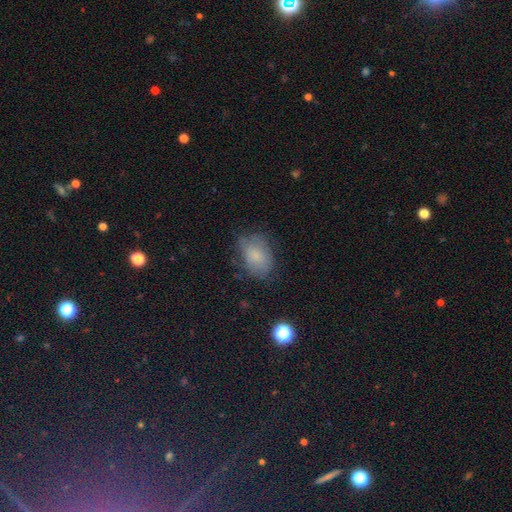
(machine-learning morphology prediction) A smooth galaxy with no disk features (71%) that is in between round and cigar-shaped (75%).

Vote fractions:
- Smooth or featured? smooth: 71% / featured or disk: 17% / star or artifact: 11%
- How rounded? in between: 75% / round: 24% / cigar-shaped: 1%
- Merging? none: 64% / minor disturbance: 24% / major disturbance: 10% / merger: 2%